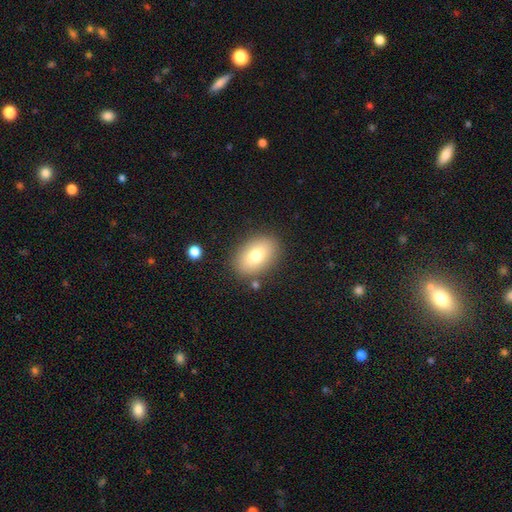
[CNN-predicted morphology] smooth 76%, featured or disk 16%, star or artifact 9%. Down the decision tree: how rounded — in between (86%); merging — none (84%).